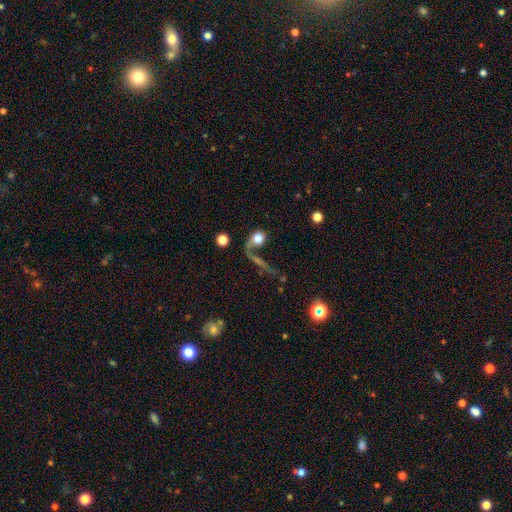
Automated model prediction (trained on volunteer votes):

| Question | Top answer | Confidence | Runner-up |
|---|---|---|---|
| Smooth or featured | featured or disk | 41% | star or artifact (31%) |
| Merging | none | 41% | merger (24%) |